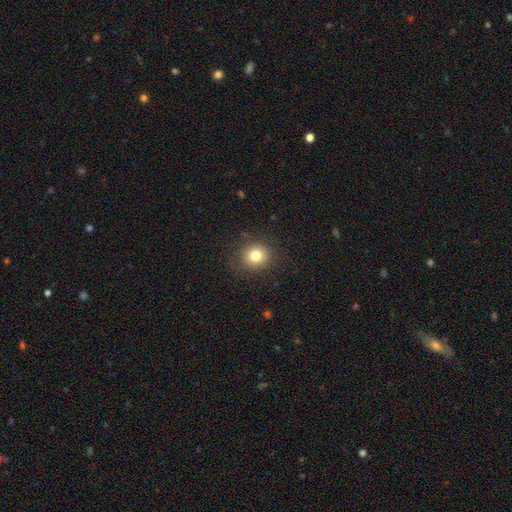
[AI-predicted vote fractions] The model was most divided on "how rounded": round: 84%, in between: 16%, cigar-shaped: 1%. More confident: merging — none (87%); smooth or featured — smooth (80%).